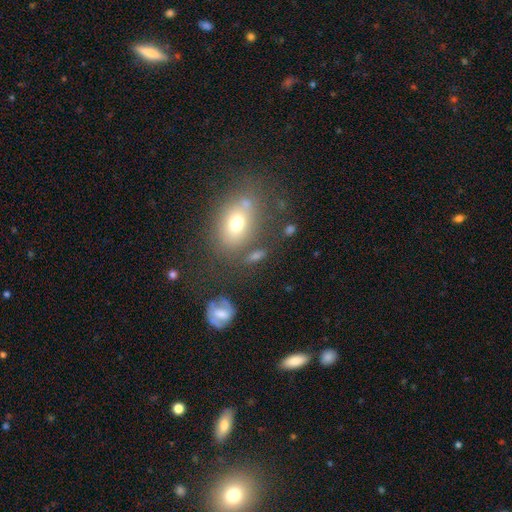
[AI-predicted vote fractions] Smooth or featured? Predicted: smooth (p=0.65). How rounded? Predicted: in between (p=0.72). Merging? Predicted: none (p=0.62).